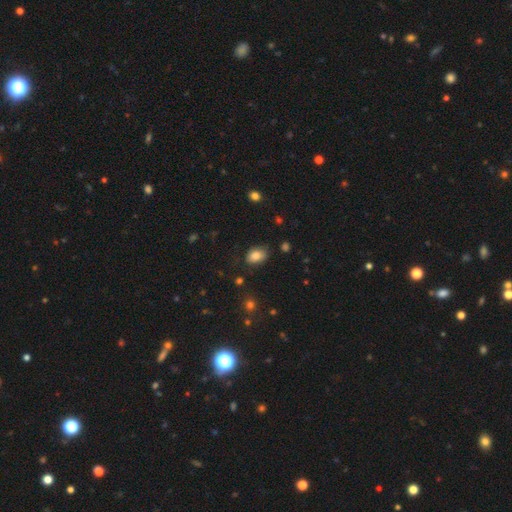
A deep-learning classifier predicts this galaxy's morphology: Q: Smooth or featured?
A: smooth (83%); runner-up: star or artifact (9%)
Q: How rounded?
A: in between (80%); runner-up: round (19%)
Q: Merging?
A: none (77%); runner-up: minor disturbance (17%)